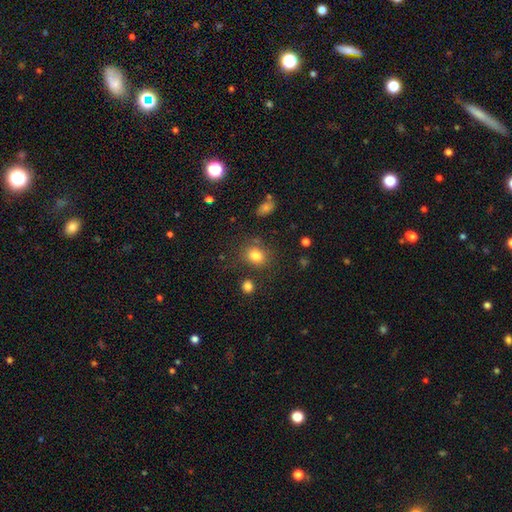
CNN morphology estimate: Smooth or featured? smooth (80%)
How rounded? round (61%)
Merging? none (76%)